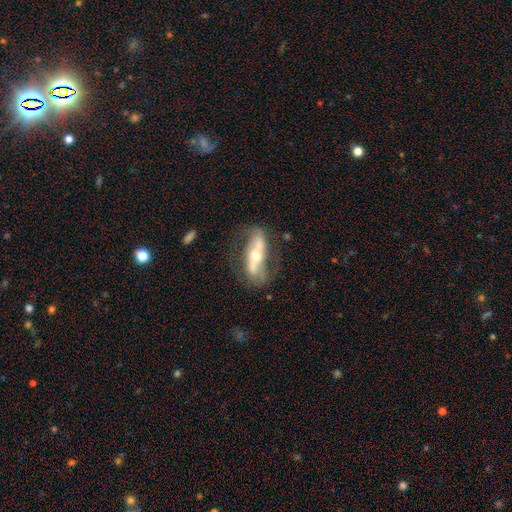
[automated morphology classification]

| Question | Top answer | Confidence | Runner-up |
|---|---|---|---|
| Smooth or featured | featured or disk | 73% | smooth (21%) |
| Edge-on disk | no | 70% | yes (30%) |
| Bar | strong | 52% | no (29%) |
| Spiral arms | yes | 64% | no (36%) |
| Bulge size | moderate | 67% | small (21%) |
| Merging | none | 58% | minor disturbance (21%) |